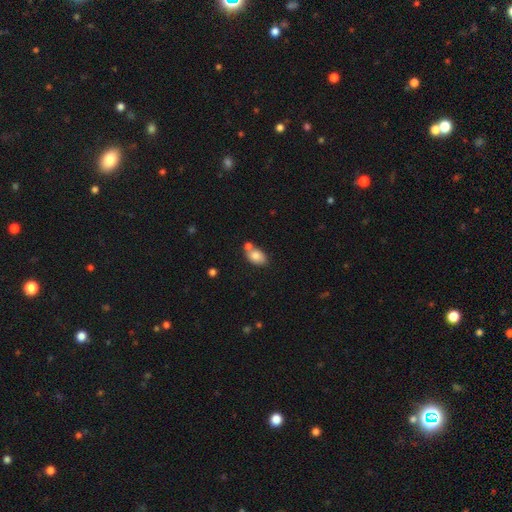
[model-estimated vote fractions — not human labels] smooth_or_featured: smooth (p=0.80) [alt: featured or disk p=0.12]
how_rounded: in between (p=0.86) [alt: round p=0.12]
merging: none (p=0.51) [alt: merger p=0.31]